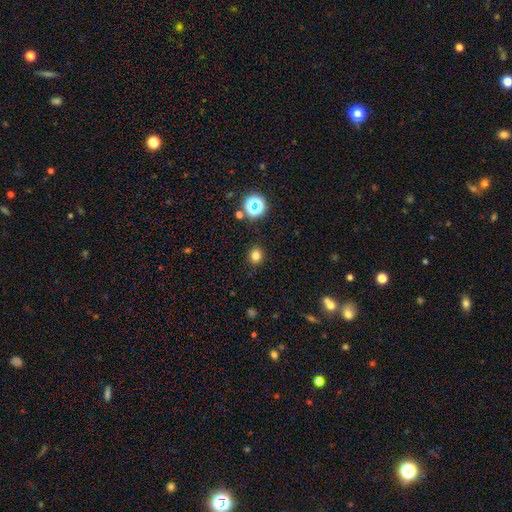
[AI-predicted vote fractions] Morphology: type=smooth (77%); roundness=round (75%); merging=none (88%).